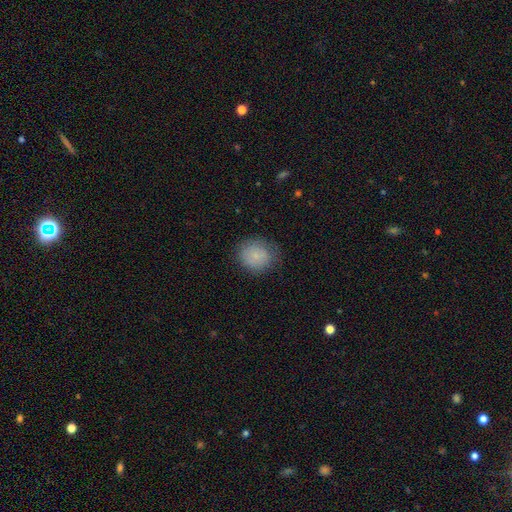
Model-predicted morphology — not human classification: smooth 80%, featured or disk 11%, star or artifact 8%. Down the decision tree: how rounded — round (80%); merging — none (73%).